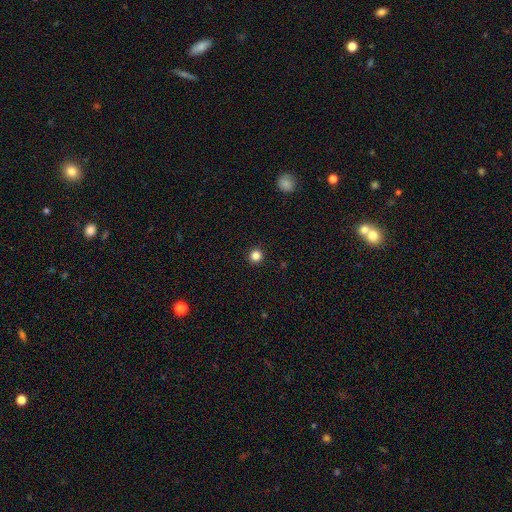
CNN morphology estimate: smooth_or_featured: smooth (p=0.83) [alt: star or artifact p=0.13]
how_rounded: round (p=0.96) [alt: in between p=0.03]
merging: none (p=0.94) [alt: minor disturbance p=0.04]